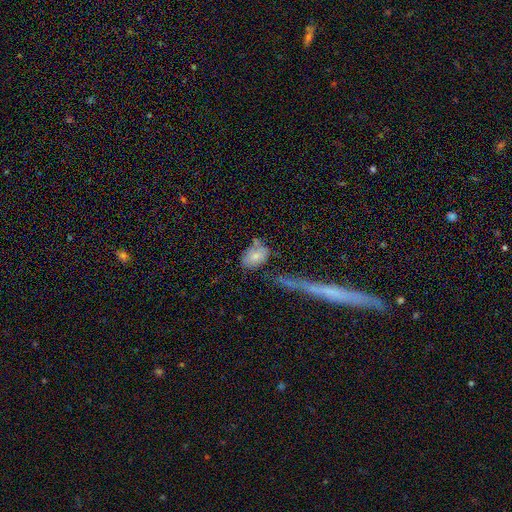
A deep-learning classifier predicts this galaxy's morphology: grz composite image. It shows a smooth galaxy with no disk features (72%) that is in between round and cigar-shaped (81%). Merging: none (50%).